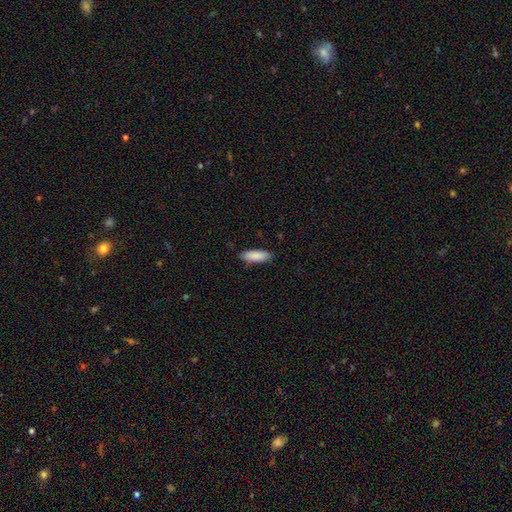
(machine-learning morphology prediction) type=smooth (89%); roundness=in between (63%); merging=none (86%).